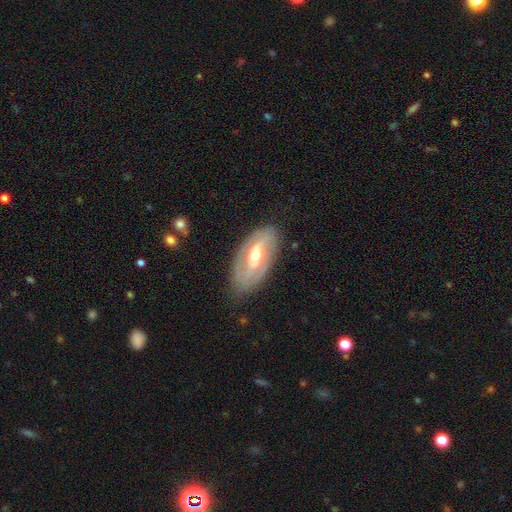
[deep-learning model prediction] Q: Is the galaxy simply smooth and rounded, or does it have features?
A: featured or disk — 76%.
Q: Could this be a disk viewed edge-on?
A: no — 91%.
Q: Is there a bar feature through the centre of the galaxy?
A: weak — 40%.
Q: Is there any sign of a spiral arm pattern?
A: yes — 74%.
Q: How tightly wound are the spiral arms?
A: tight — 44%.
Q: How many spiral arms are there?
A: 2 — 68%.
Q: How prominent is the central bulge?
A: moderate — 69%.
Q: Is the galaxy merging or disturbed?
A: none — 79%.